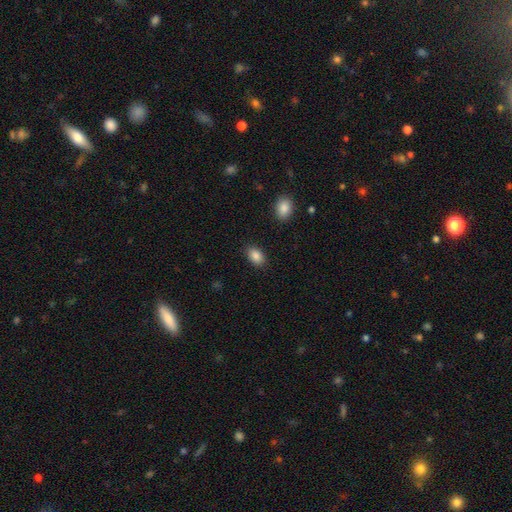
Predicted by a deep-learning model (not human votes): Smooth or featured: smooth — 87% (star or artifact — 8%)
How rounded: in between — 89% (round — 9%)
Merging: none — 87% (minor disturbance — 9%)